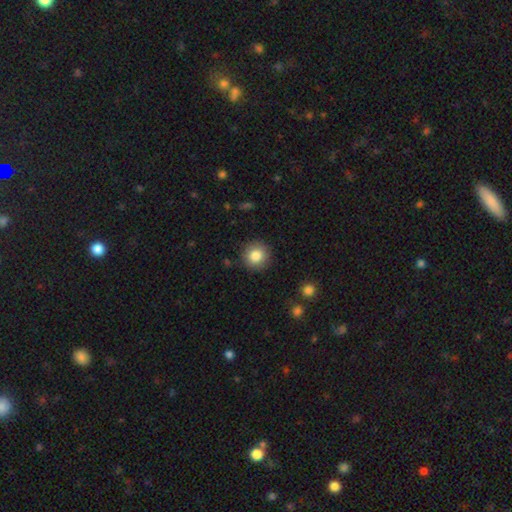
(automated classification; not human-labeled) smooth_or_featured: smooth (p=0.84) [alt: star or artifact p=0.09]
how_rounded: round (p=0.94) [alt: in between p=0.05]
merging: none (p=0.89) [alt: minor disturbance p=0.07]